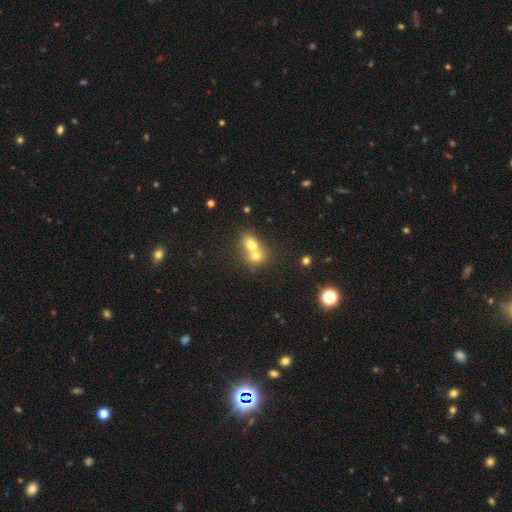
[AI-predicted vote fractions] This appears to be a smooth galaxy with no disk features (69%) that is round (54%). Merging: merger (72%).